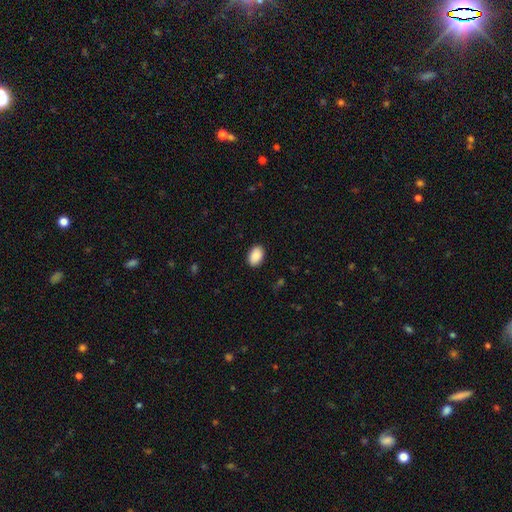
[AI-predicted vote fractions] A smooth galaxy with no disk features (91%) that is in between round and cigar-shaped (90%). Merging: none (89%).